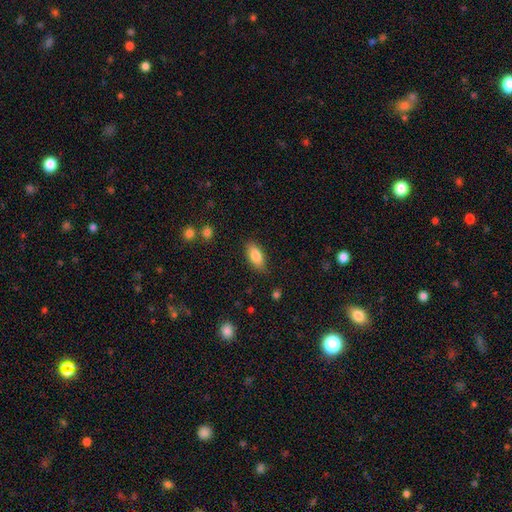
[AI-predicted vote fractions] Smooth or featured? Predicted: smooth (p=0.83). How rounded? Predicted: in between (p=0.86). Merging? Predicted: none (p=0.84).